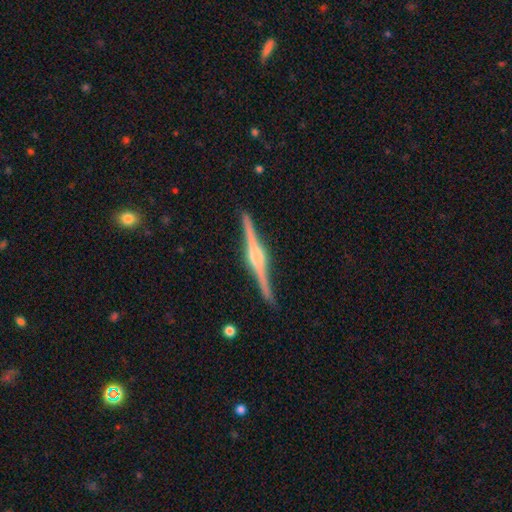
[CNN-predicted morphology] type=featured or disk (89%); edge-on=yes (99%); edge-on bulge=rounded (83%); merging=none (91%).